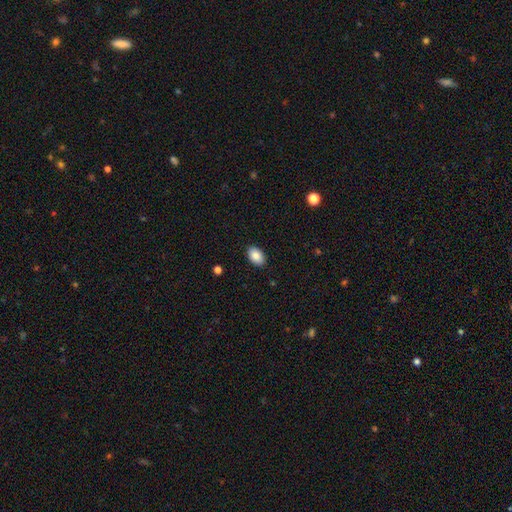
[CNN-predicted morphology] type=smooth (88%); roundness=in between (91%); merging=none (89%).